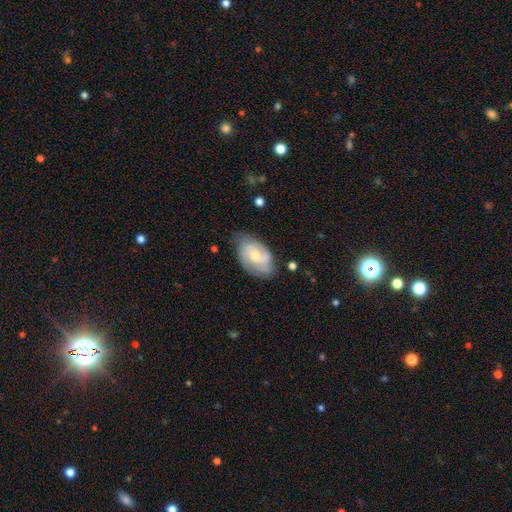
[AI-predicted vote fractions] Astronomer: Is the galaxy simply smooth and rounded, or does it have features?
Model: featured or disk — 61%.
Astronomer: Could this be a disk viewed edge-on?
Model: no — 96%.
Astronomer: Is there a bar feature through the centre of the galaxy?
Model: no — 62%.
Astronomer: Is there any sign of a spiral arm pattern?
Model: yes — 84%.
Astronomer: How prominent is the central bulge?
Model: moderate — 52% (runner-up: small, 41%).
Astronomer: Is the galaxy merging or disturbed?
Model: none — 65%.